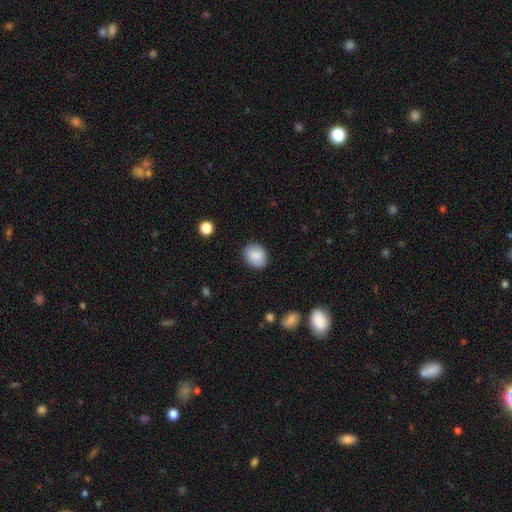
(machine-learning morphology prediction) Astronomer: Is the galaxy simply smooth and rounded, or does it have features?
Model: smooth — 86%.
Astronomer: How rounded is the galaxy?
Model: in between — 56% (runner-up: round, 43%).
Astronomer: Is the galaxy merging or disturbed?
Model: none — 86%.